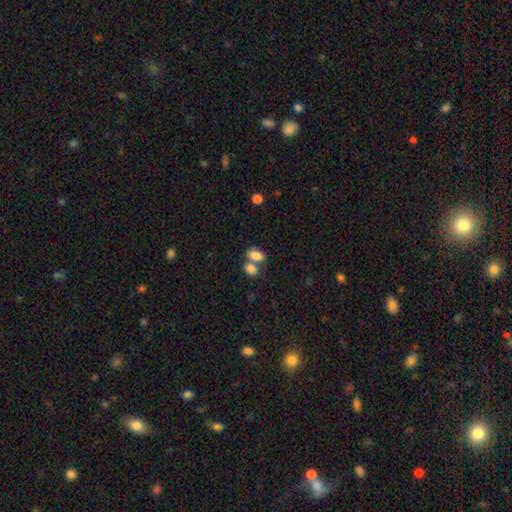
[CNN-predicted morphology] This appears to be a smooth galaxy with no disk features (83%) that is in between round and cigar-shaped (87%). Merging: merger (51%).